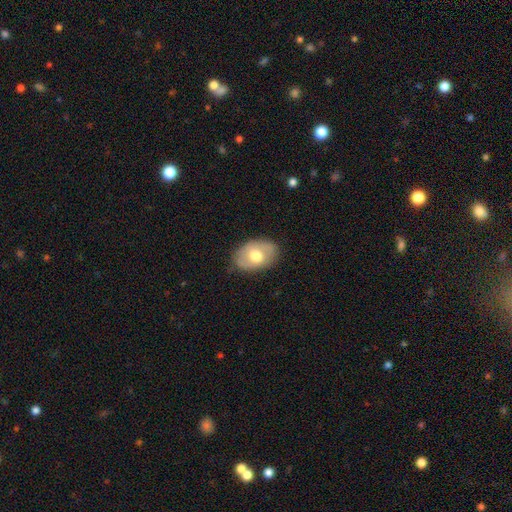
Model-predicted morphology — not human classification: smooth-or-featured: smooth: 64% | featured or disk: 30% | star or artifact: 7%
  how-rounded: in between: 84% | round: 15% | cigar-shaped: 1%
  merging: none: 79% | minor disturbance: 16% | major disturbance: 4% | merger: 1%